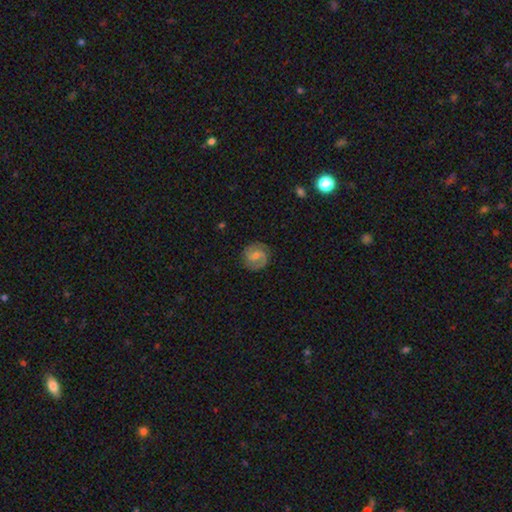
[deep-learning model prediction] A featured or disk galaxy (77%) with a weak bar (49%), 2 (89%) tight (45%, tied with medium) spiral arms (96%) and a small central bulge (48%).

Vote fractions:
- Smooth or featured? featured or disk: 77% / smooth: 16% / star or artifact: 7%
- Edge-on disk? no: 98% / yes: 2%
- Bar? weak: 49% / no: 40% / strong: 11%
- Spiral arms? yes: 96% / no: 4%
- Spiral winding? tight: 45% (tied) / medium: 45% (tied) / loose: 10%
- Spiral arm count? 2: 89% / can't tell: 5% / 1: 2% / 3: 2% / 4: 1% / more than 4: 1%
- Bulge size? small: 48% / moderate: 37% / none: 12% / large: 3% / dominant: 1%
- Merging? none: 86% / minor disturbance: 10% / major disturbance: 3% / merger: 1%